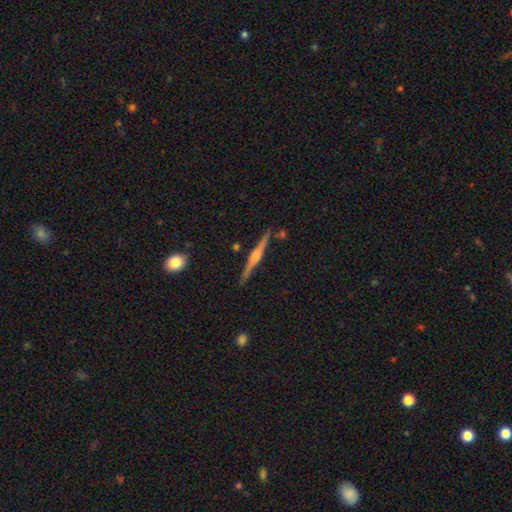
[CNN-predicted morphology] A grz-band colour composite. It shows a featured or disk galaxy (80%) viewed edge-on (98%) with a rounded central bulge (78%). Merging: none (89%).